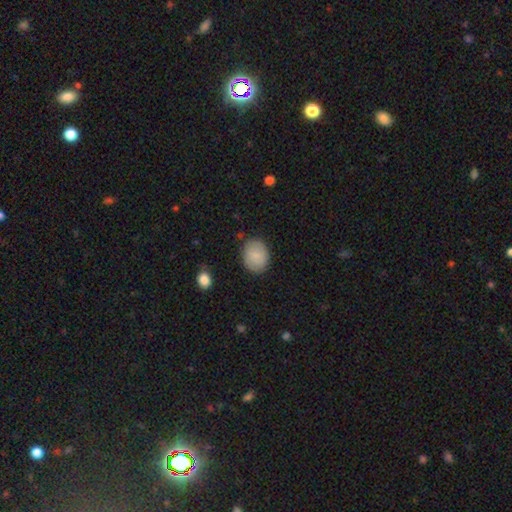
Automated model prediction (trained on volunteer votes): This appears to be a smooth galaxy with no disk features (84%) that is in between round and cigar-shaped (54%). Merging: none (84%).